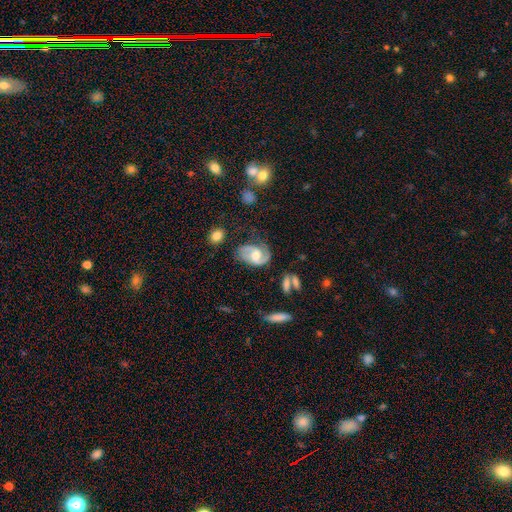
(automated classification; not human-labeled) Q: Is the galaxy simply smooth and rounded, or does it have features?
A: featured or disk — 79%.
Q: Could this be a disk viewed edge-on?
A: no — 97%.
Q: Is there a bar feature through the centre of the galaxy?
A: no — 51%.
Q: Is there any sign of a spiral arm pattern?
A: yes — 94%.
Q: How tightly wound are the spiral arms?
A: medium — 49%.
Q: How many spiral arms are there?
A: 2 — 84%.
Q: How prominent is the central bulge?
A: moderate — 69%.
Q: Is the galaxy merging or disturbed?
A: none — 64%.